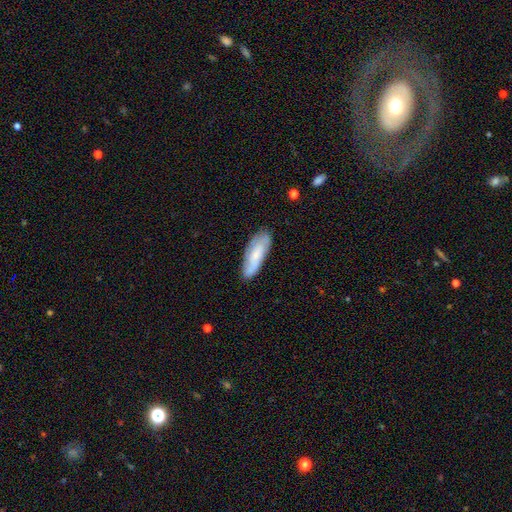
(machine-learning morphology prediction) Smooth or featured? Predicted: smooth (p=0.59). How rounded? Predicted: in between (p=0.60). Merging? Predicted: none (p=0.77).